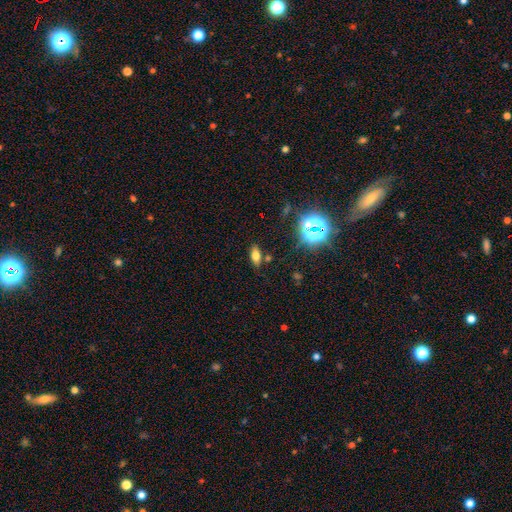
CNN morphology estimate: A smooth galaxy with no disk features (66%) that is in between round and cigar-shaped (79%).

Vote fractions:
- Smooth or featured? smooth: 66% / star or artifact: 19% / featured or disk: 15%
- How rounded? in between: 79% / cigar-shaped: 14% / round: 7%
- Merging? none: 82% / minor disturbance: 11% / merger: 4% / major disturbance: 3%